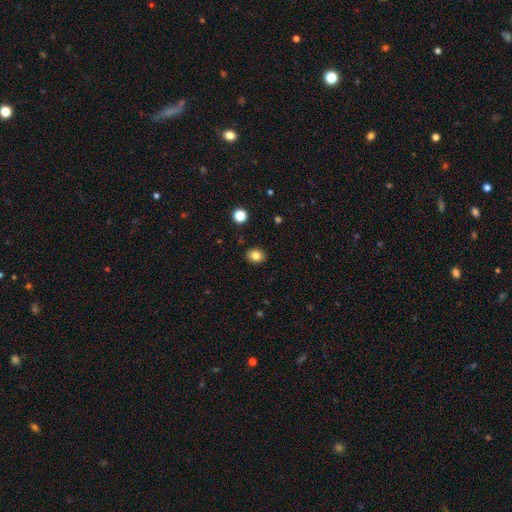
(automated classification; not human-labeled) Morphology: type=smooth (82%); roundness=round (57%); merging=none (89%).